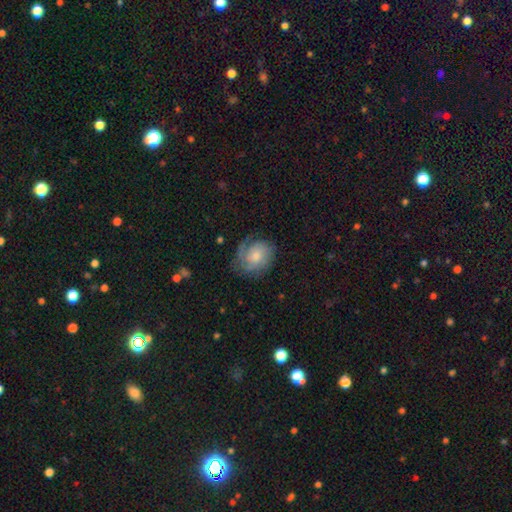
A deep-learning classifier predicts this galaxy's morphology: Smooth or featured?
  - featured or disk: 58% *
  - smooth: 35%
  - star or artifact: 7%
Edge-on disk?
  - no: 97% *
  - yes: 3%
Bar?
  - no: 75% *
  - weak: 22%
  - strong: 3%
Spiral arms?
  - yes: 86% *
  - no: 14%
Bulge size?
  - moderate: 43% *
  - small: 32%
  - large: 14%
  - none: 8%
  - dominant: 2%
Merging?
  - none: 63% *
  - minor disturbance: 22%
  - major disturbance: 13%
  - merger: 1%